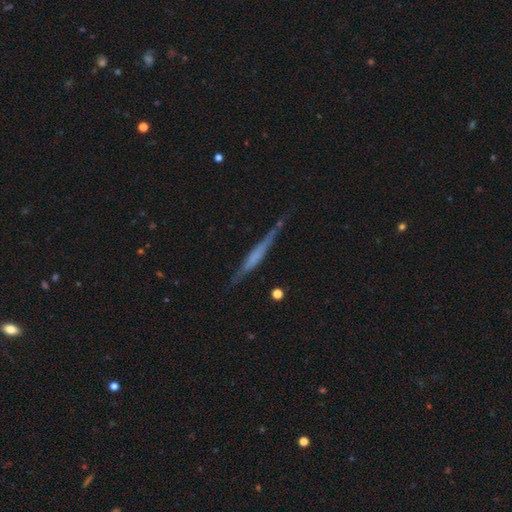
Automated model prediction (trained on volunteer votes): Morphology: type=featured or disk (61%); edge-on=yes (96%); edge-on bulge=none (56%); merging=none (78%).